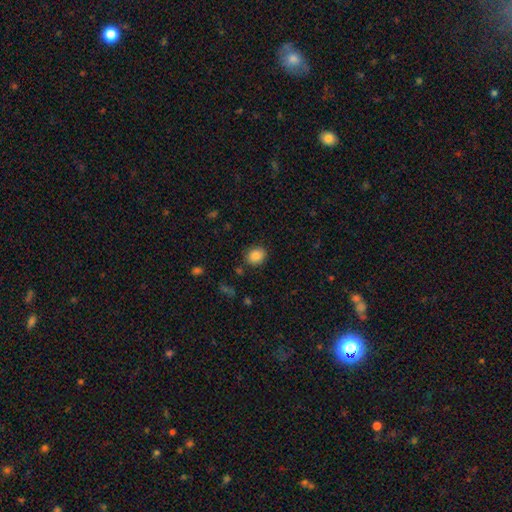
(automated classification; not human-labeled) smooth-or-featured: smooth: 86% | star or artifact: 9% | featured or disk: 4%
  how-rounded: round: 62% | in between: 37% | cigar-shaped: 1%
  merging: none: 86% | minor disturbance: 10% | major disturbance: 3% | merger: 2%